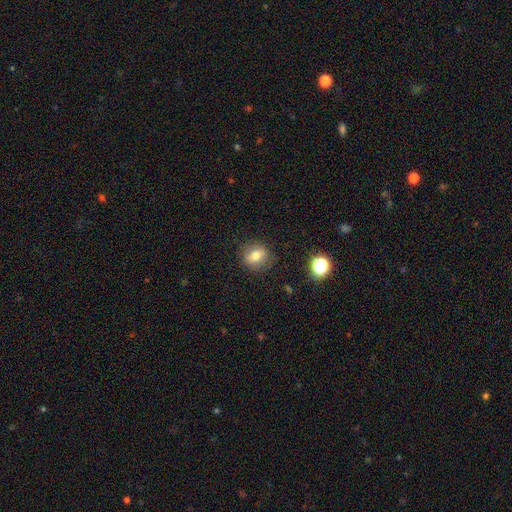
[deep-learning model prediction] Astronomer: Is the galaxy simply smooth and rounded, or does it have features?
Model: smooth — 70%.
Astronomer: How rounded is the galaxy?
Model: round — 73%.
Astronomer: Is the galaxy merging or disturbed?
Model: none — 84%.